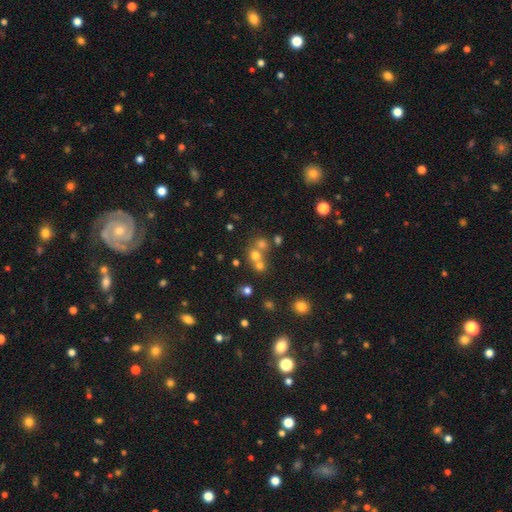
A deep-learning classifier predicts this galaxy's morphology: smooth_or_featured: smooth (p=0.63) [alt: star or artifact p=0.21]
how_rounded: round (p=0.81) [alt: in between p=0.18]
merging: merger (p=0.49) [alt: none p=0.41]